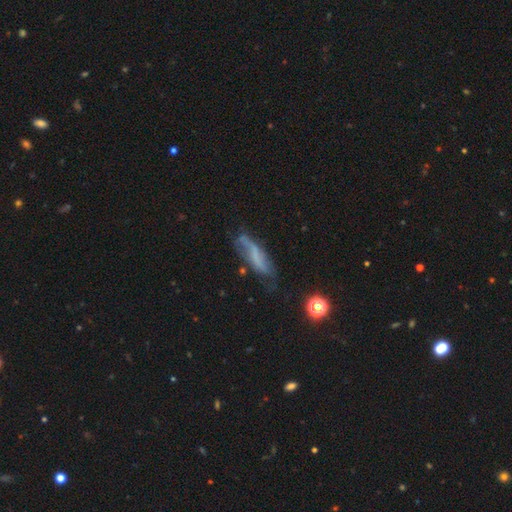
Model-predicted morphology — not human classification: Overall: featured or disk (47%; smooth 41%). Merging: none (50%; minor disturbance 30%).